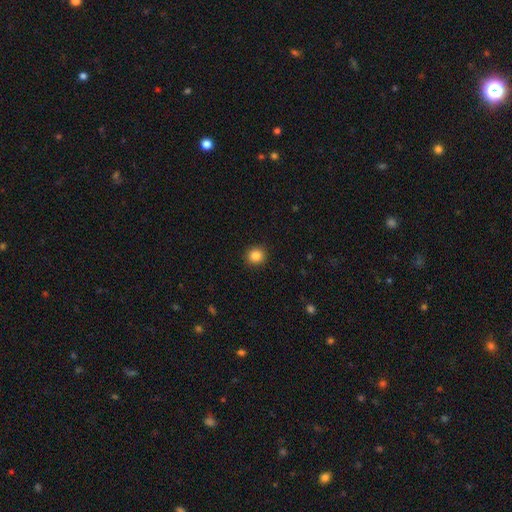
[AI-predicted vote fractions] This is clearly a smooth galaxy (85%). How rounded: clearly round (90%). Merging: clearly none (92%).